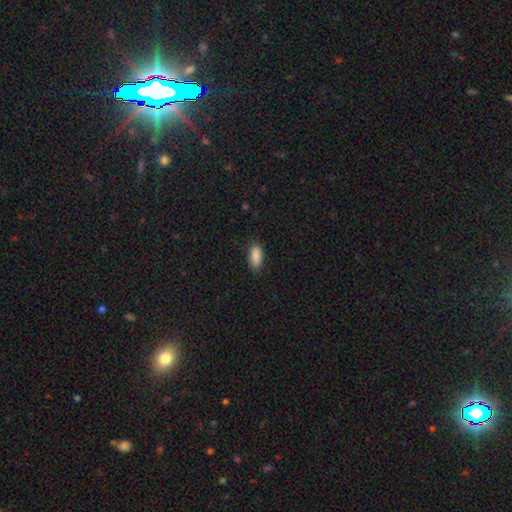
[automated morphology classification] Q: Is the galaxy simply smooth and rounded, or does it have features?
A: smooth — 89%.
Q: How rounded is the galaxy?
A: in between — 84%.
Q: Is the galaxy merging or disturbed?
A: none — 81%.